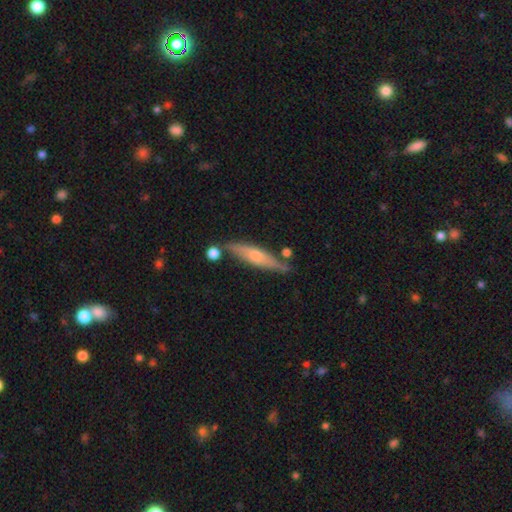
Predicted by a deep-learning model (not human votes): Overall: featured or disk (56%; smooth 37%). Edge-on disk: yes (88%). Merging: none (75%).